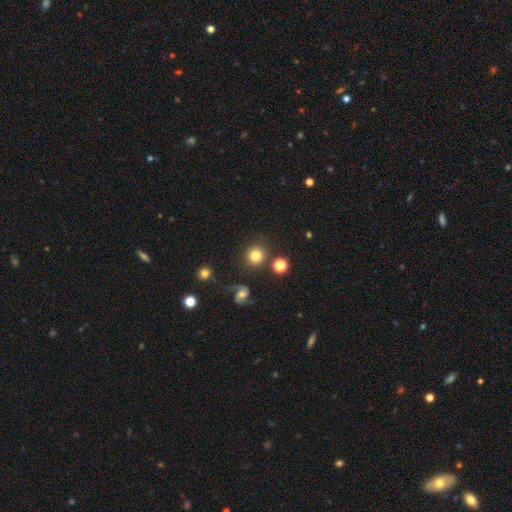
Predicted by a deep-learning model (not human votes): Smooth or featured? Predicted: smooth (p=0.80). How rounded? Predicted: round (p=0.93). Merging? Predicted: none (p=0.85).